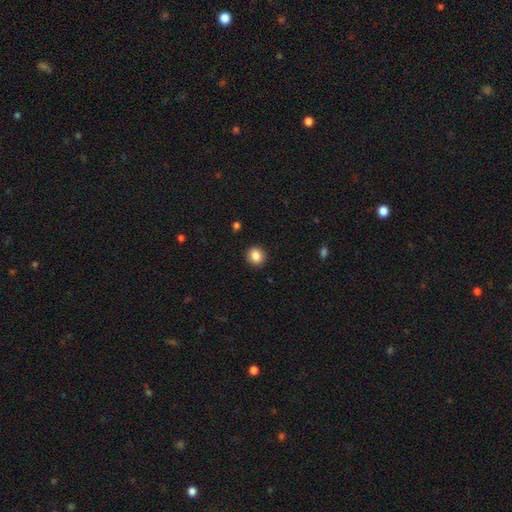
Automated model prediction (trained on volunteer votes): Smooth or featured? Predicted: smooth (p=0.86). How rounded? Predicted: round (p=0.85). Merging? Predicted: none (p=0.91).